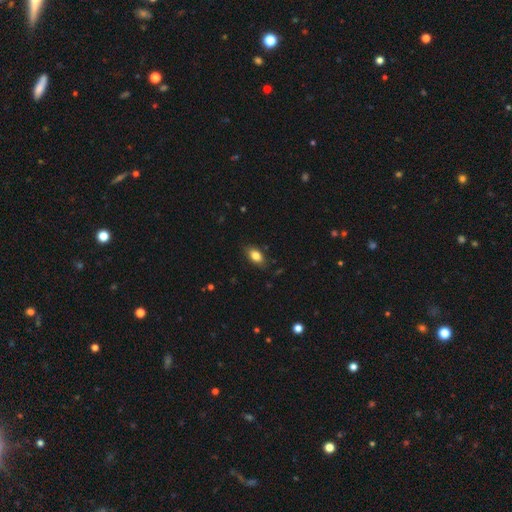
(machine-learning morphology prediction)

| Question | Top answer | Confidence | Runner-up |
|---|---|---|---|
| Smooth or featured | smooth | 83% | featured or disk (9%) |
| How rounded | in between | 88% | round (8%) |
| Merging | none | 82% | minor disturbance (14%) |